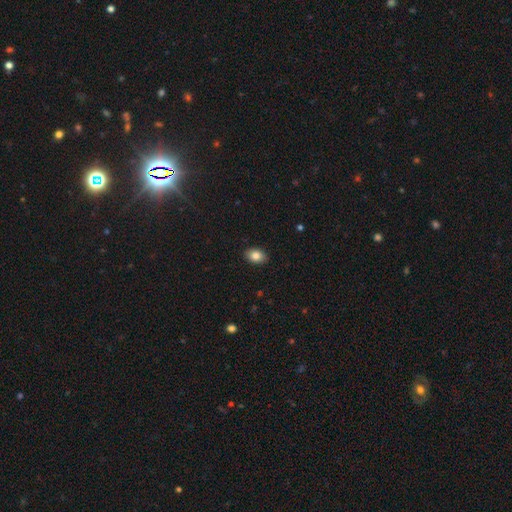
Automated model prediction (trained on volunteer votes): Morphology: type=smooth (83%); roundness=in between (83%); merging=none (89%).